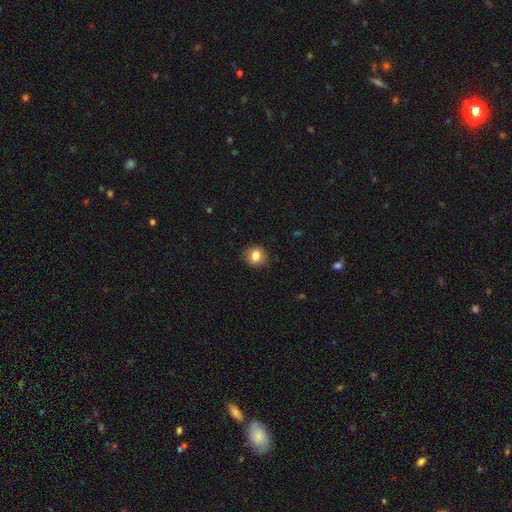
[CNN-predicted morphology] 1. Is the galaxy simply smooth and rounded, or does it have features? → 81% smooth, 10% star or artifact, 9% featured or disk.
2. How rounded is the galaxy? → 82% round, 17% in between, 1% cigar-shaped.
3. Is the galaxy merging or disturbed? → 85% none, 11% minor disturbance, 2% major disturbance, 1% merger.